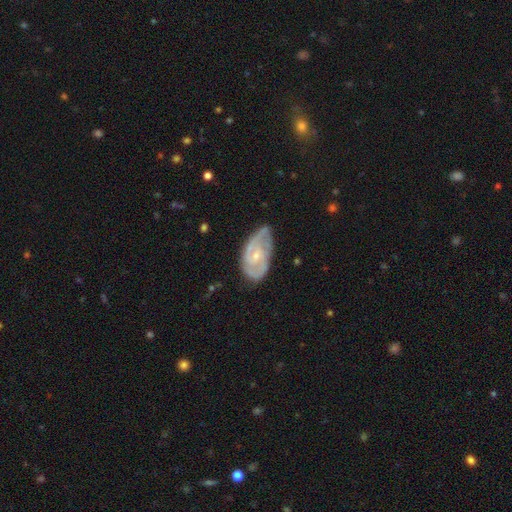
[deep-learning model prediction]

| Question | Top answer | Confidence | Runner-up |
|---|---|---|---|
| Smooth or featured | featured or disk | 75% | smooth (19%) |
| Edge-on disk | no | 95% | yes (5%) |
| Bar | no | 58% | weak (36%) |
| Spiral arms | yes | 87% | no (13%) |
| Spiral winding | tight | 47% | medium (40%) |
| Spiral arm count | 2 | 52% | can't tell (28%) |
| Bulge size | small | 67% | moderate (28%) |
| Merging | none | 56% | minor disturbance (31%) |